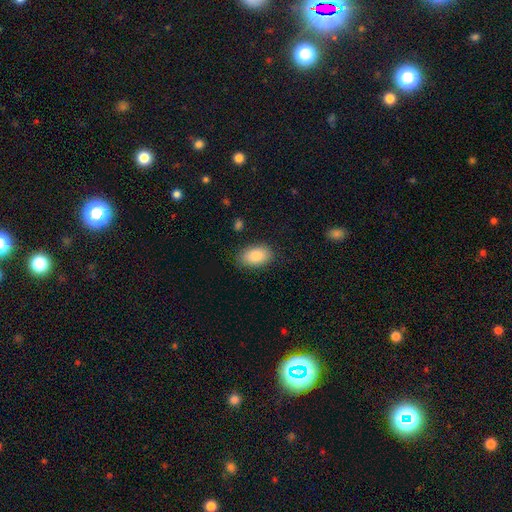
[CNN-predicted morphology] smooth_or_featured: smooth (p=0.85) [alt: featured or disk p=0.08]
how_rounded: in between (p=0.91) [alt: round p=0.07]
merging: none (p=0.84) [alt: minor disturbance p=0.12]